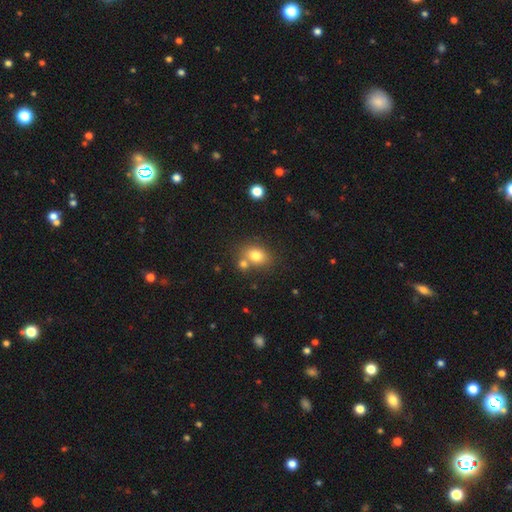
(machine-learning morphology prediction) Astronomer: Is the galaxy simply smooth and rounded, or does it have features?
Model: smooth — 78%.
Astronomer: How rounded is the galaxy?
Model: in between — 59% (runner-up: round, 40%).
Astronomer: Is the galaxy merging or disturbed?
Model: none — 58%.